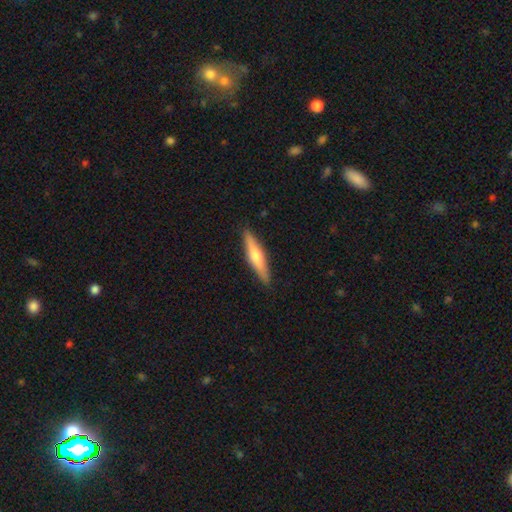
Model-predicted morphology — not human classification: A smooth galaxy with no disk features (51%) that is cigar-shaped (85%).

Vote fractions:
- Smooth or featured? smooth: 51% / featured or disk: 44% / star or artifact: 5%
- How rounded? cigar-shaped: 85% / in between: 14% / round: 2%
- Merging? none: 90% / minor disturbance: 7% / major disturbance: 2% / merger: 1%